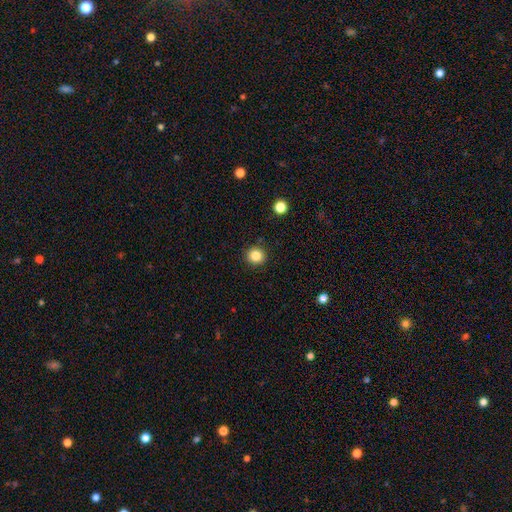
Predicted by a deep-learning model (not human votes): The model was most divided on "smooth or featured": smooth: 84%, star or artifact: 11%, featured or disk: 5%. More confident: how rounded — round (93%); merging — none (91%).